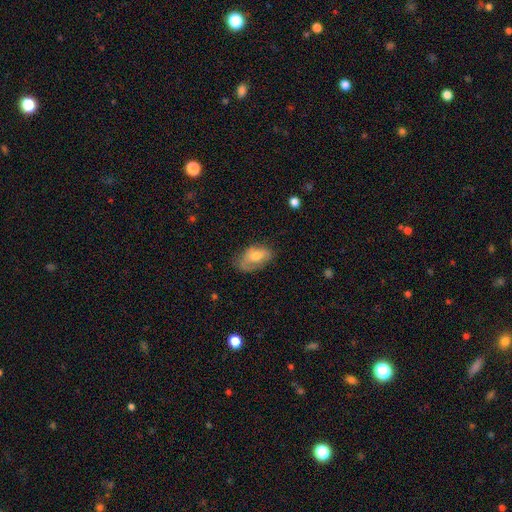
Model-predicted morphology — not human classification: A smooth galaxy with no disk features (62%) that is in between round and cigar-shaped (91%). Merging: none (50%).